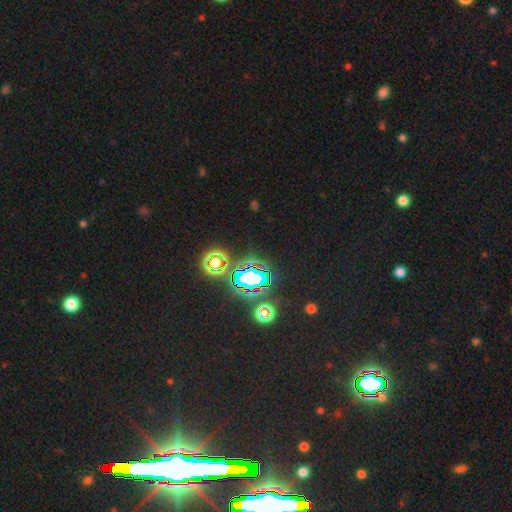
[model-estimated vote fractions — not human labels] This is clearly a star or artifact rather than a galaxy (81%).